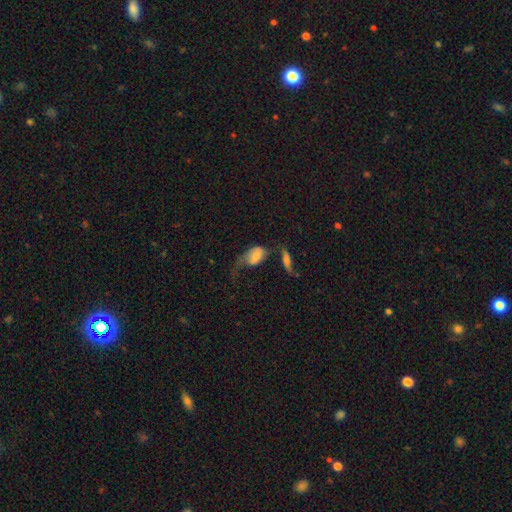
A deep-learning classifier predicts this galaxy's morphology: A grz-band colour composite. It shows a smooth galaxy with no disk features (56%) that is in between round and cigar-shaped (86%). Merging: major disturbance (39%).